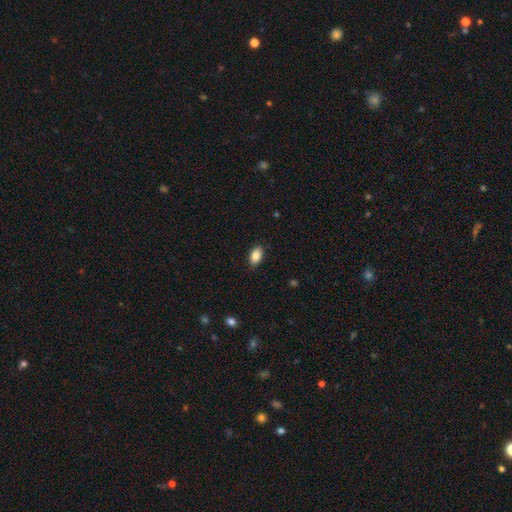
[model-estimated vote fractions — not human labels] Overall: smooth (87%). How rounded: in between (91%). Merging: none (87%).